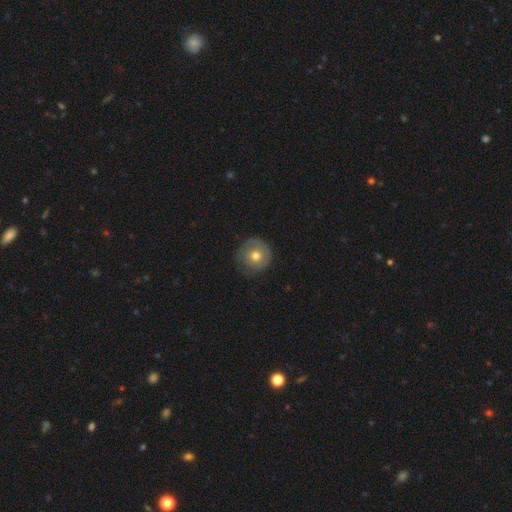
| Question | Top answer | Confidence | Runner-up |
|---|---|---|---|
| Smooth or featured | smooth | 61% | featured or disk (34%) |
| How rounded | round | 91% | in between (9%) |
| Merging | none | 83% | minor disturbance (11%) |